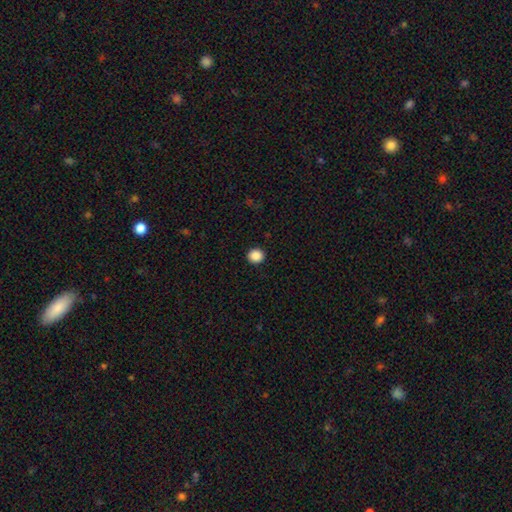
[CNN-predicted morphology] Smooth or featured?
  - smooth: 89% *
  - star or artifact: 9%
  - featured or disk: 2%
How rounded?
  - round: 85% *
  - in between: 14%
  - cigar-shaped: 1%
Merging?
  - none: 93% *
  - minor disturbance: 5%
  - major disturbance: 2%
  - merger: 1%